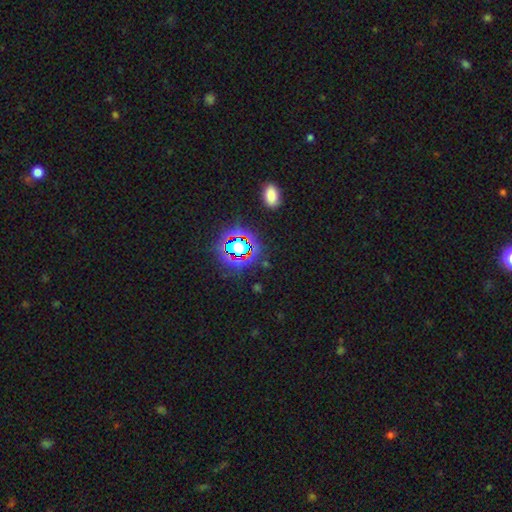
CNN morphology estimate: A star or artifact, not a galaxy (74%).